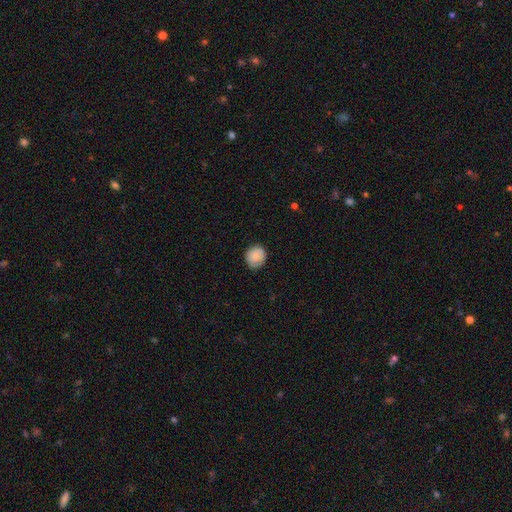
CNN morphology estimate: A smooth galaxy with no disk features (81%) that is round (87%).

Vote fractions:
- Smooth or featured? smooth: 81% / featured or disk: 12% / star or artifact: 7%
- How rounded? round: 87% / in between: 12% / cigar-shaped: 1%
- Merging? none: 81% / minor disturbance: 15% / major disturbance: 3% / merger: 1%